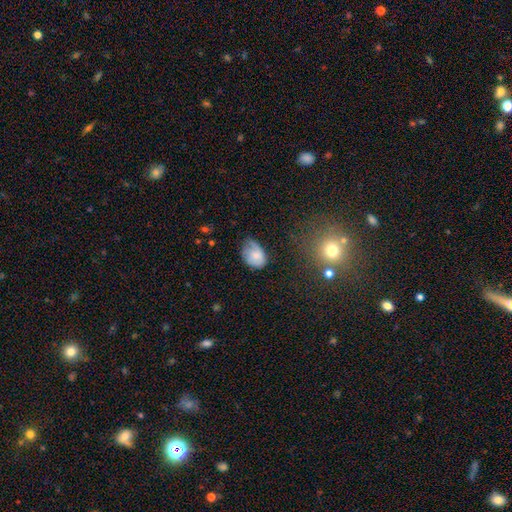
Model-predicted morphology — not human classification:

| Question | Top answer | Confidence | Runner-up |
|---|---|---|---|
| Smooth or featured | smooth | 69% | featured or disk (23%) |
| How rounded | in between | 80% | round (19%) |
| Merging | none | 46% | minor disturbance (40%) |